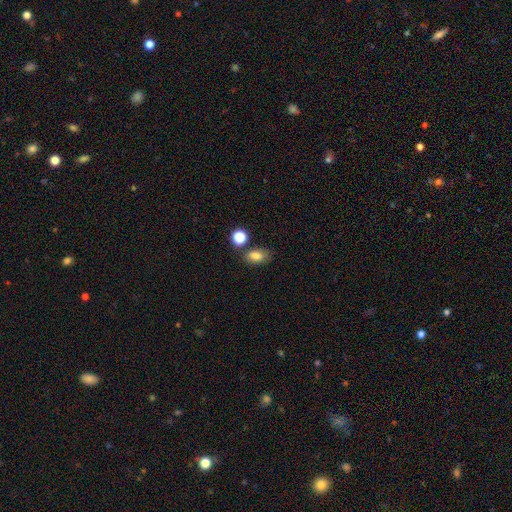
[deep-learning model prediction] Smooth or featured? smooth (82%)
How rounded? in between (84%)
Merging? none (69%)